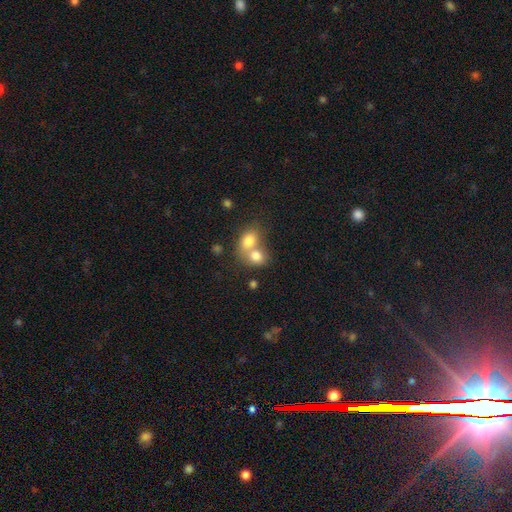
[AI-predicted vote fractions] Smooth or featured: smooth — 77% (featured or disk — 14%)
How rounded: round — 50% (in between — 49%)
Merging: merger — 67% (none — 24%)